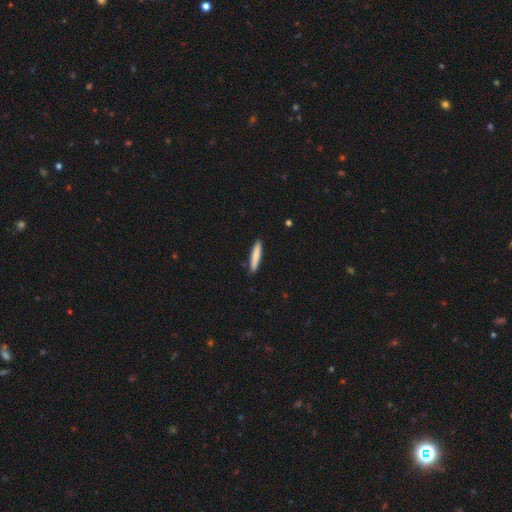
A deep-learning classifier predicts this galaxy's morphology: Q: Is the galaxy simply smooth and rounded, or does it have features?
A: smooth — 81%.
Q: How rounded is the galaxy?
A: cigar-shaped — 92%.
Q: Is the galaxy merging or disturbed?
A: none — 89%.